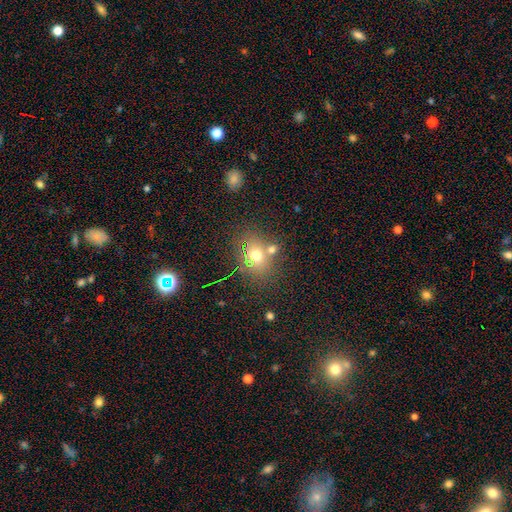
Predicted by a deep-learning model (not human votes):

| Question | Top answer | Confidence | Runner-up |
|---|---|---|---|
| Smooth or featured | smooth | 64% | star or artifact (19%) |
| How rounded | round | 56% | in between (43%) |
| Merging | none | 62% | merger (20%) |